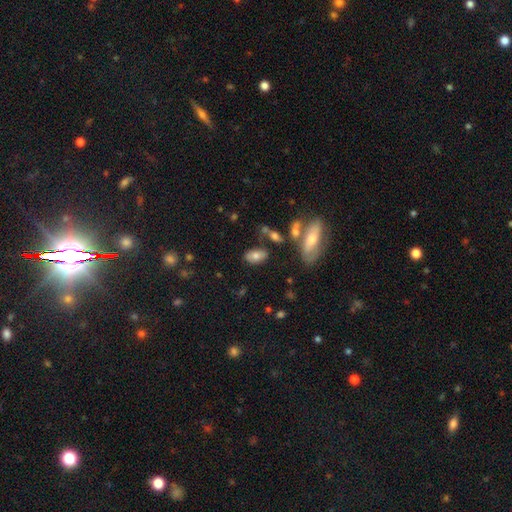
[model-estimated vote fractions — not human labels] Q: Smooth or featured?
A: smooth (71%); runner-up: featured or disk (20%)
Q: How rounded?
A: in between (91%); runner-up: round (5%)
Q: Merging?
A: none (70%); runner-up: minor disturbance (15%)